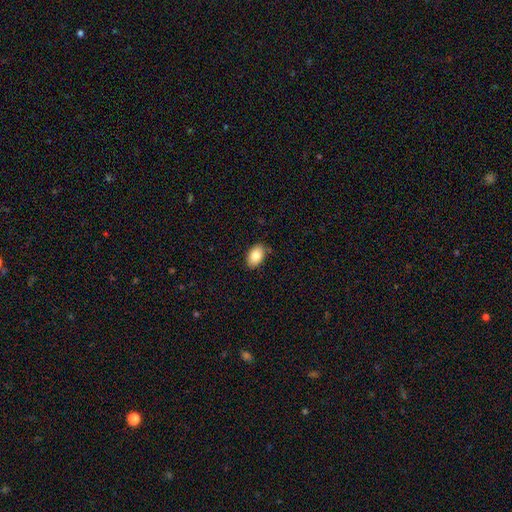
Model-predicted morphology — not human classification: Q: Smooth or featured?
A: smooth (82%); runner-up: featured or disk (10%)
Q: How rounded?
A: in between (88%); runner-up: round (11%)
Q: Merging?
A: none (85%); runner-up: minor disturbance (11%)